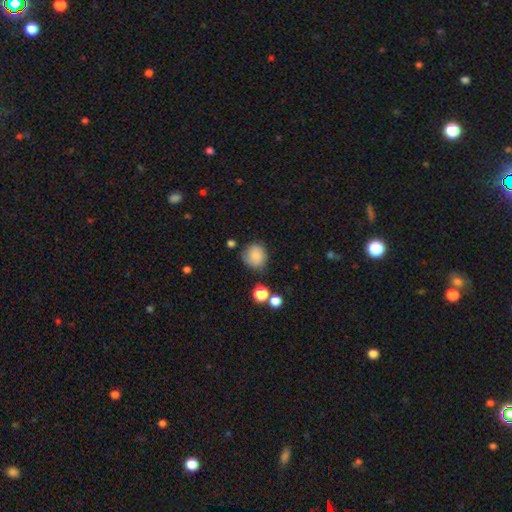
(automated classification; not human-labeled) Smooth or featured?
  - smooth: 84% *
  - star or artifact: 10%
  - featured or disk: 7%
How rounded?
  - round: 84% *
  - in between: 15%
  - cigar-shaped: 1%
Merging?
  - none: 72% *
  - minor disturbance: 19%
  - major disturbance: 5%
  - merger: 4%